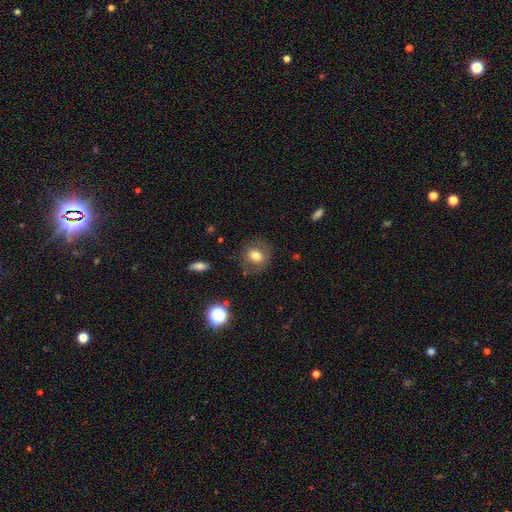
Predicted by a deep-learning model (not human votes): Q: Smooth or featured?
A: smooth (73%); runner-up: featured or disk (16%)
Q: How rounded?
A: round (73%); runner-up: in between (26%)
Q: Merging?
A: none (80%); runner-up: minor disturbance (13%)